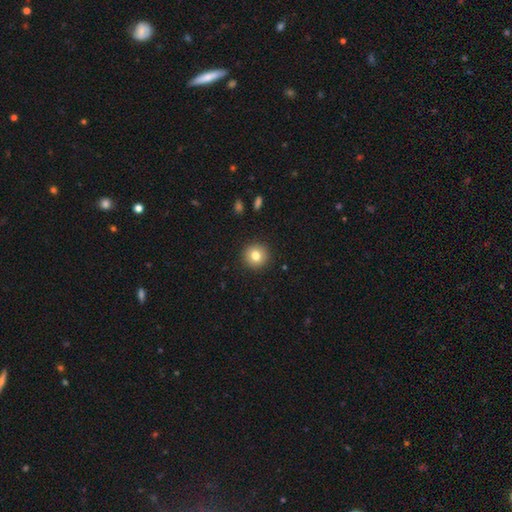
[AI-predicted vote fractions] smooth_or_featured: smooth (p=0.79) [alt: featured or disk p=0.10]
how_rounded: round (p=0.94) [alt: in between p=0.05]
merging: none (p=0.92) [alt: minor disturbance p=0.05]